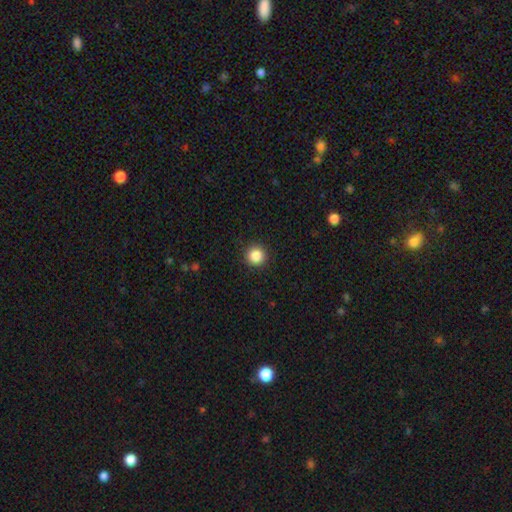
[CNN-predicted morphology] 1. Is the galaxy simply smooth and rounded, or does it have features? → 86% smooth, 10% star or artifact, 4% featured or disk.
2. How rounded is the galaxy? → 95% round, 4% in between, 1% cigar-shaped.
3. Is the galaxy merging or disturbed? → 92% none, 5% minor disturbance, 2% major disturbance, 1% merger.